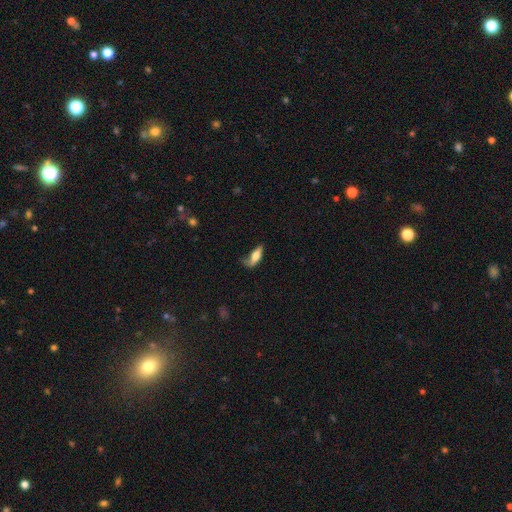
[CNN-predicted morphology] Smooth or featured: smooth — 59% (featured or disk — 33%)
How rounded: in between — 62% (cigar-shaped — 35%)
Merging: none — 38% (minor disturbance — 33%)